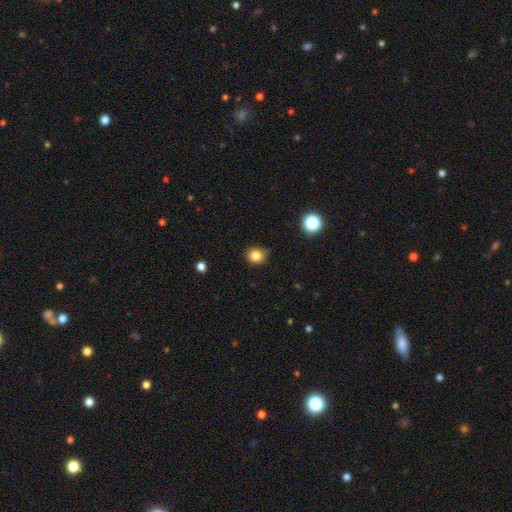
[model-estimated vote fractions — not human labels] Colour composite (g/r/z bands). It shows a smooth galaxy with no disk features (83%) that is round (83%). Merging: none (83%).